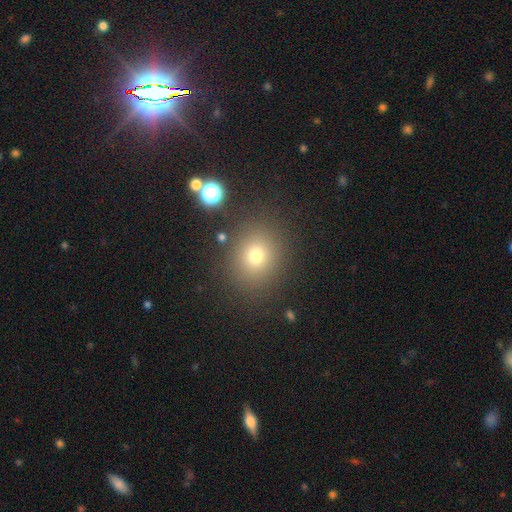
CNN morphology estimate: This appears to be a smooth galaxy with no disk features (71%) that is round (73%). Merging: none (85%).